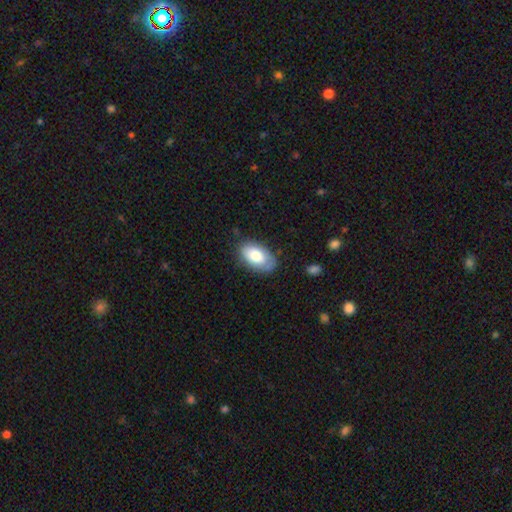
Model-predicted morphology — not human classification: This appears to be a smooth galaxy with no disk features (75%) that is in between round and cigar-shaped (94%). Merging: none (74%).